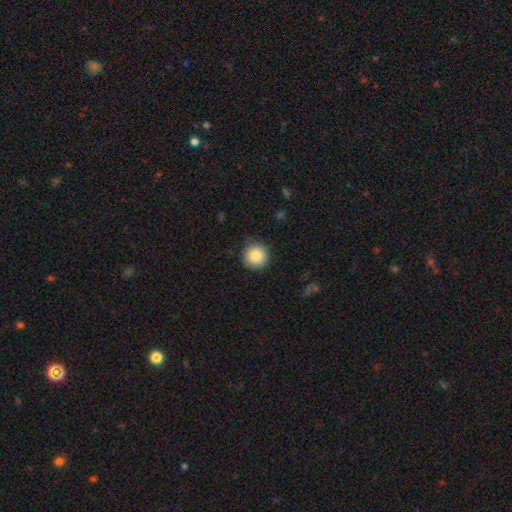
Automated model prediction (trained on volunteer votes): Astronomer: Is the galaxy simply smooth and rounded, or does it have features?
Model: smooth — 86%.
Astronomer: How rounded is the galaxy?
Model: round — 95%.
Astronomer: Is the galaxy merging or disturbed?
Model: none — 86%.